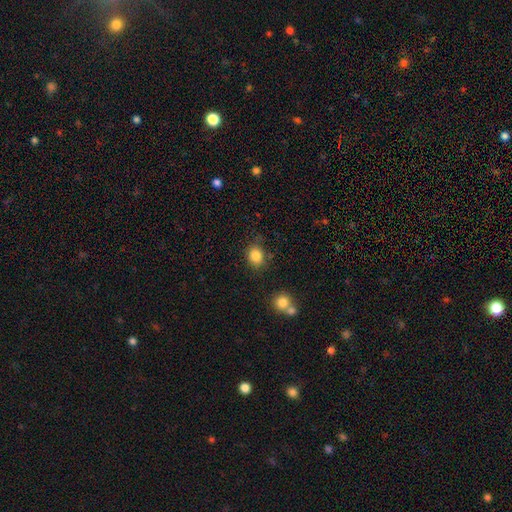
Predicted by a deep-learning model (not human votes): Smooth or featured? smooth (85%)
How rounded? round (62%)
Merging? none (78%)